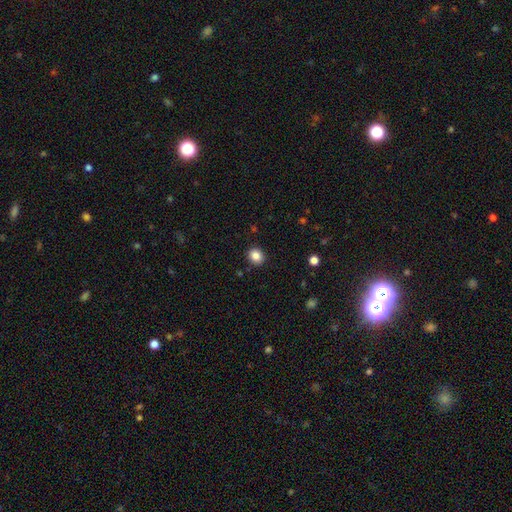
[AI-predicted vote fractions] smooth-or-featured: smooth: 85% | star or artifact: 10% | featured or disk: 5%
  how-rounded: round: 74% | in between: 25% | cigar-shaped: 1%
  merging: none: 90% | minor disturbance: 6% | major disturbance: 2% | merger: 1%